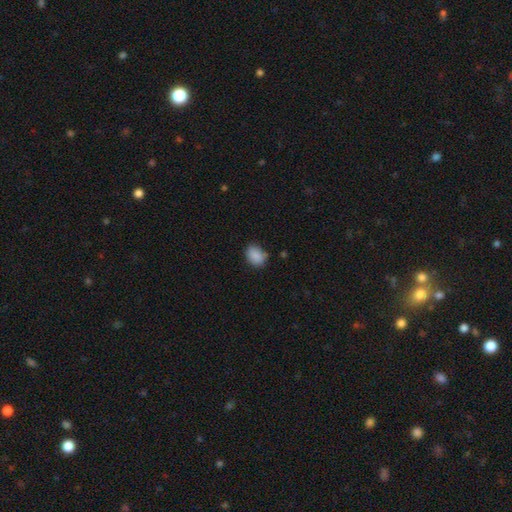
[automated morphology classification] type=smooth (88%); roundness=in between (71%); merging=none (74%).